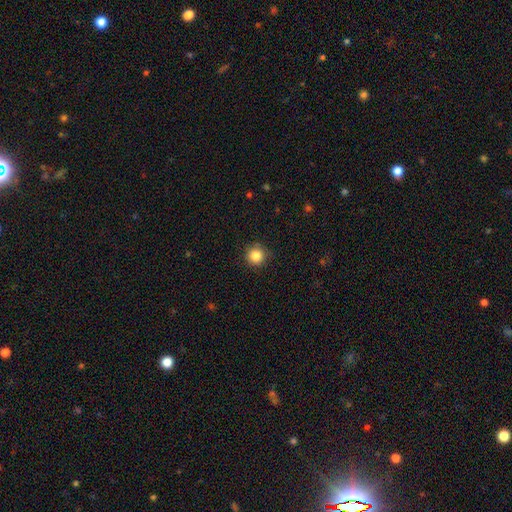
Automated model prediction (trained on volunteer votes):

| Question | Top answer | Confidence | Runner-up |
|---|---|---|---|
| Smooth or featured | smooth | 85% | star or artifact (11%) |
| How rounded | round | 94% | in between (5%) |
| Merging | none | 87% | minor disturbance (9%) |